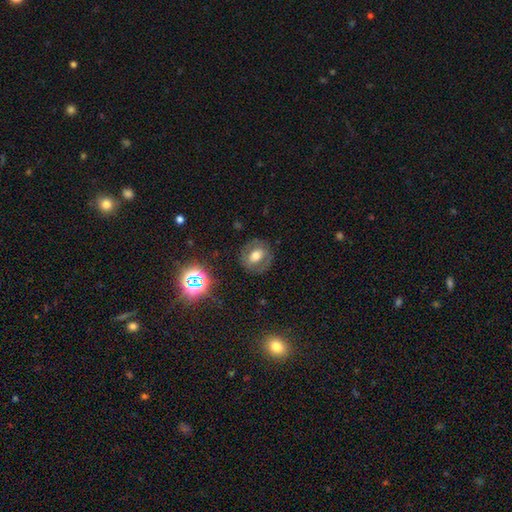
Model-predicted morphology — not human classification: type=smooth (47%); merging=none (81%).